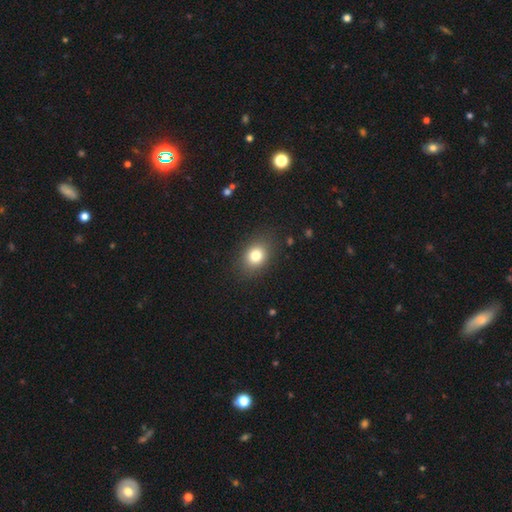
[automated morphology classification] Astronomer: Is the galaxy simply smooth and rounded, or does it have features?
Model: smooth — 80%.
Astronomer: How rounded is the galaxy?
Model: in between — 52% (runner-up: round, 47%).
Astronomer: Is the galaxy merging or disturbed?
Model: none — 85%.